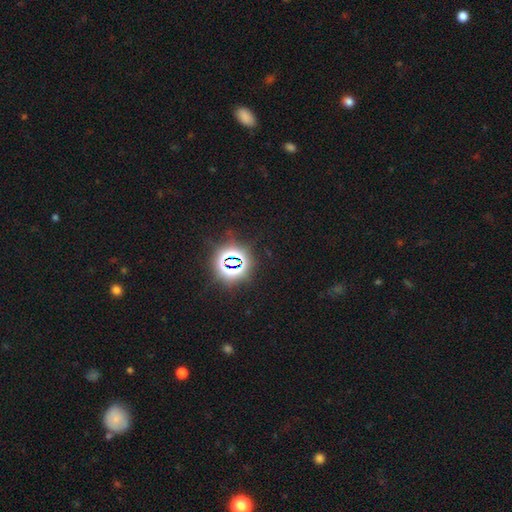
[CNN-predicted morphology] star or artifact 80%, smooth 13%, featured or disk 7%.